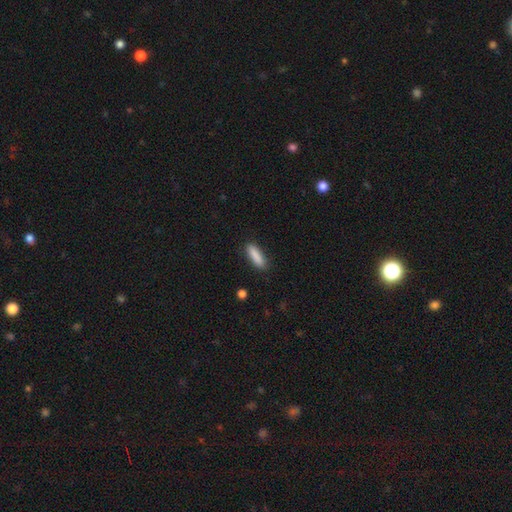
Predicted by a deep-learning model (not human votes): Morphology: type=smooth (88%); roundness=cigar-shaped (58%); merging=none (86%).